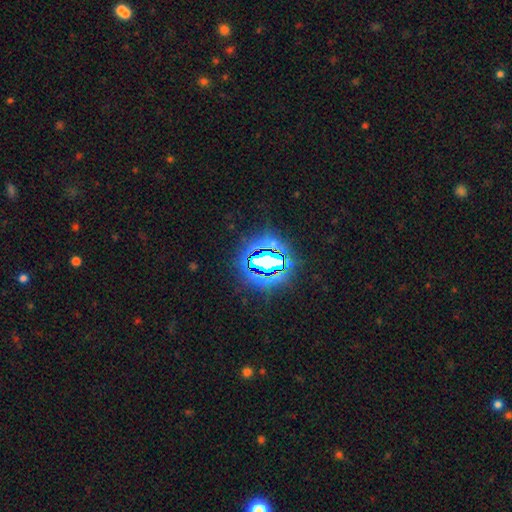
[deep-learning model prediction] star or artifact 81%, smooth 11%, featured or disk 8%.